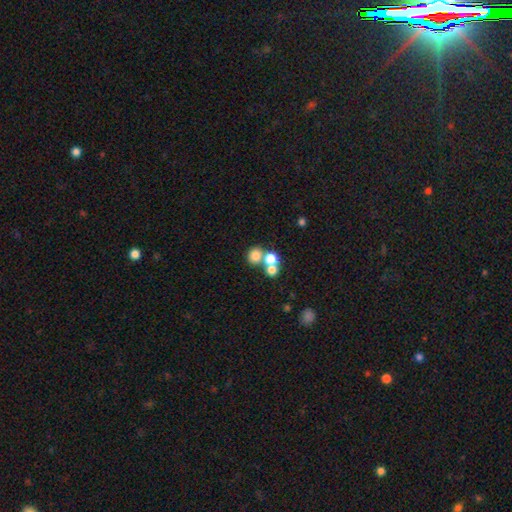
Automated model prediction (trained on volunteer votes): This is likely a smooth galaxy (74%). How rounded: likely round (78%). Merging: possibly none (49%).